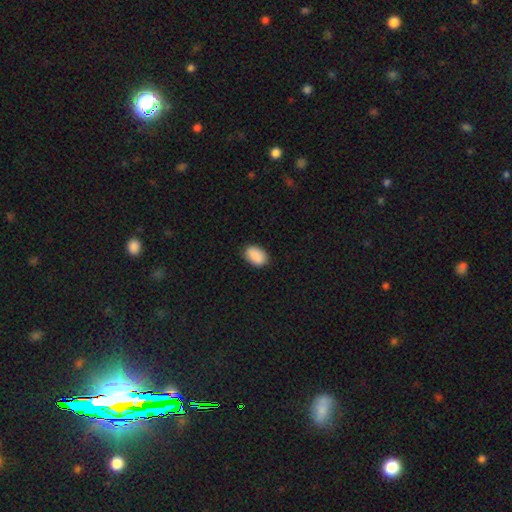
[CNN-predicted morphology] Smooth or featured?
  - smooth: 90% *
  - star or artifact: 7%
  - featured or disk: 3%
How rounded?
  - in between: 89% *
  - round: 9%
  - cigar-shaped: 1%
Merging?
  - none: 87% *
  - minor disturbance: 10%
  - major disturbance: 2%
  - merger: 1%